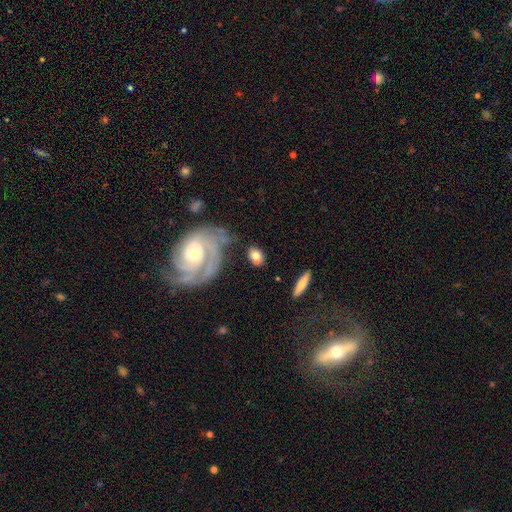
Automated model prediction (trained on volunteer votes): smooth 63%, featured or disk 29%, star or artifact 7%. Down the decision tree: how rounded — in between (66%); merging — none (62%).